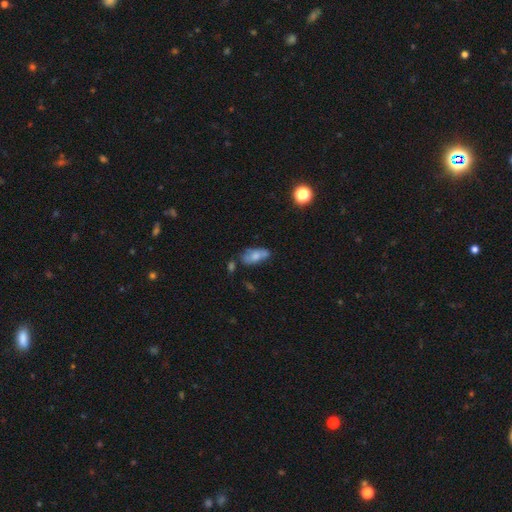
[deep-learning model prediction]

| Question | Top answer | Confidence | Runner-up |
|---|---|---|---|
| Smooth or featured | smooth | 62% | featured or disk (29%) |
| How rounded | in between | 85% | cigar-shaped (11%) |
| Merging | none | 51% | minor disturbance (28%) |